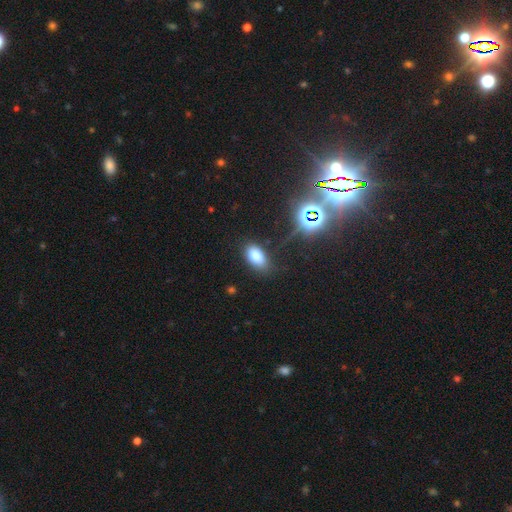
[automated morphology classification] Overall: smooth (74%). How rounded: in between (91%). Merging: none (81%).